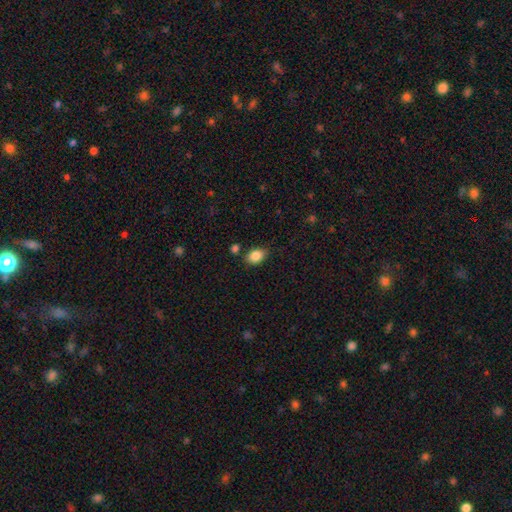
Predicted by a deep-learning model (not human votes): smooth_or_featured: smooth (p=0.86) [alt: star or artifact p=0.08]
how_rounded: in between (p=0.83) [alt: round p=0.16]
merging: none (p=0.79) [alt: minor disturbance p=0.13]